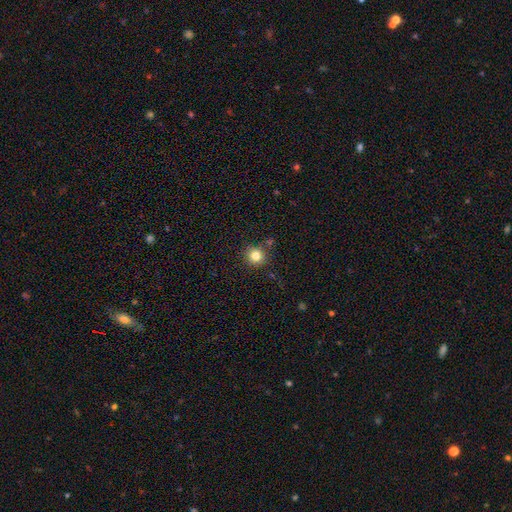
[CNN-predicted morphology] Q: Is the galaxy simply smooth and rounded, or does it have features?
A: smooth — 81%.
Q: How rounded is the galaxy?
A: round — 93%.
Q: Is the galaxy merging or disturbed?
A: none — 83%.